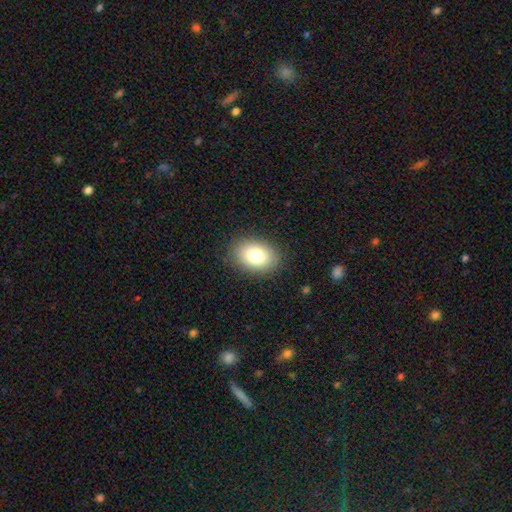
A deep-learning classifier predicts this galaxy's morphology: Smooth or featured? smooth (82%)
How rounded? in between (81%)
Merging? none (87%)